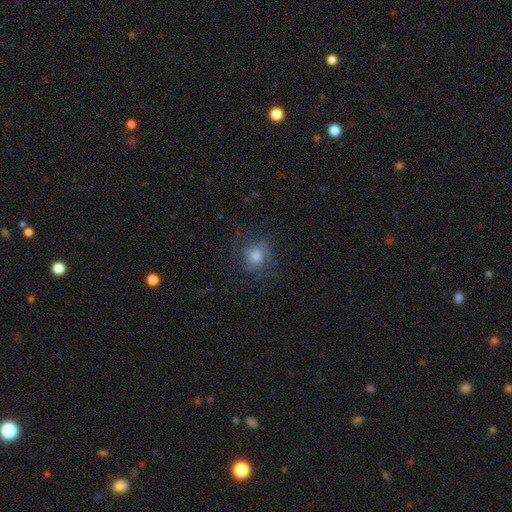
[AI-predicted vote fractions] featured or disk 52%, smooth 36%, star or artifact 12%. Down the decision tree: edge-on disk — no (97%); bar — no (78%); spiral arms — yes (79%); bulge size — moderate (61%); merging — none (65%).